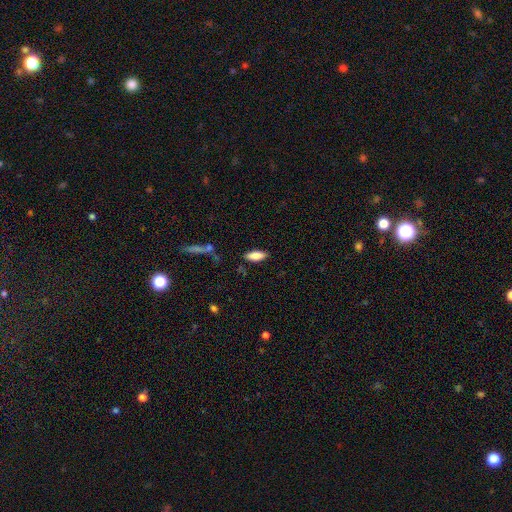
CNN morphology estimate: type=smooth (82%); roundness=in between (77%); merging=none (85%).